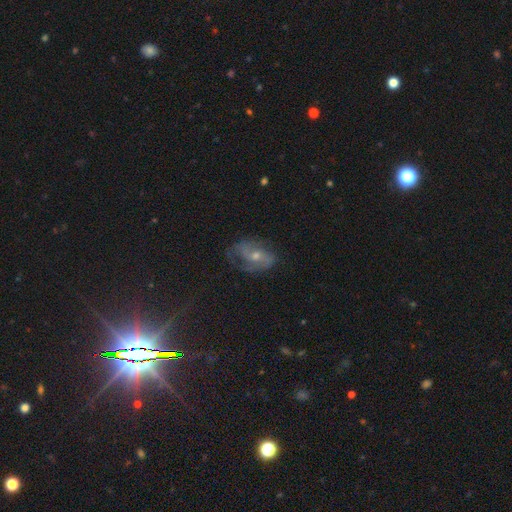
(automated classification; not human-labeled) Smooth or featured: featured or disk — 64% (smooth — 19%)
Edge-on disk: no — 95% (yes — 5%)
Bar: no — 54% (weak — 34%)
Spiral arms: yes — 80% (no — 20%)
Bulge size: small — 50% (moderate — 45%)
Merging: none — 60% (minor disturbance — 23%)